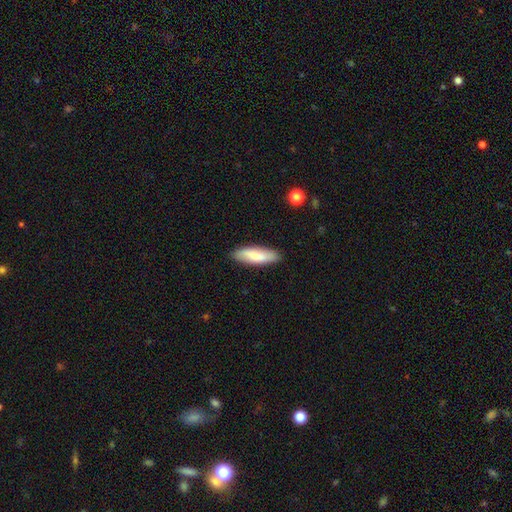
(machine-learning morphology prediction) Overall: smooth (78%). How rounded: cigar-shaped (52%; in between 46%). Merging: none (87%).